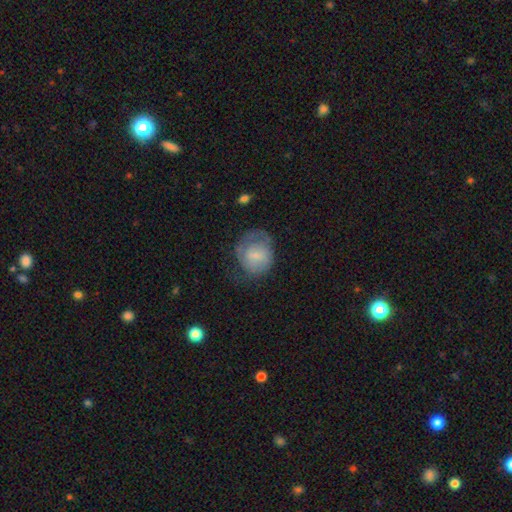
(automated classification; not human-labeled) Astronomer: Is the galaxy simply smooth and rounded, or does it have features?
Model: smooth — 56% (runner-up: featured or disk, 37%).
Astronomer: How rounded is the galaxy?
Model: round — 70%.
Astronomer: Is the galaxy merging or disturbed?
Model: none — 43% (runner-up: minor disturbance, 28%).